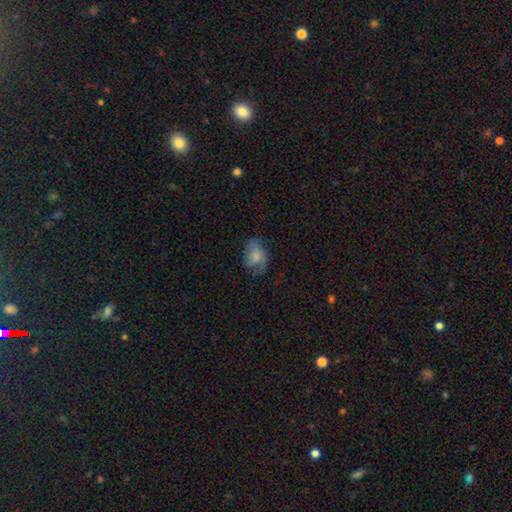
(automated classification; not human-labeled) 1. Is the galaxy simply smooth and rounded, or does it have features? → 61% smooth, 30% featured or disk, 9% star or artifact.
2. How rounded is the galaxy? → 84% in between, 14% round, 2% cigar-shaped.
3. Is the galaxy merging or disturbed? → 49% none, 29% minor disturbance, 20% major disturbance, 2% merger.